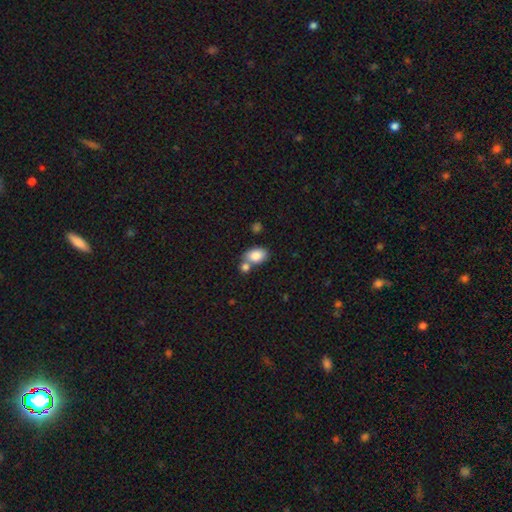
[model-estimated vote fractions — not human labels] smooth 85%, star or artifact 8%, featured or disk 7%. Down the decision tree: how rounded — in between (82%); merging — none (45%).